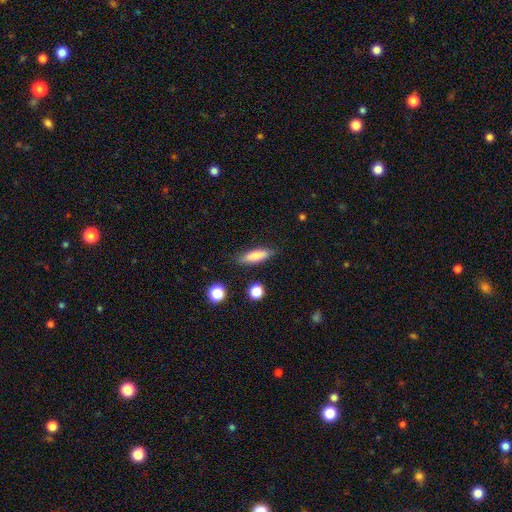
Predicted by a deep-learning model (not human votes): A smooth galaxy with no disk features (78%) that is cigar-shaped (58%). Merging: none (84%).